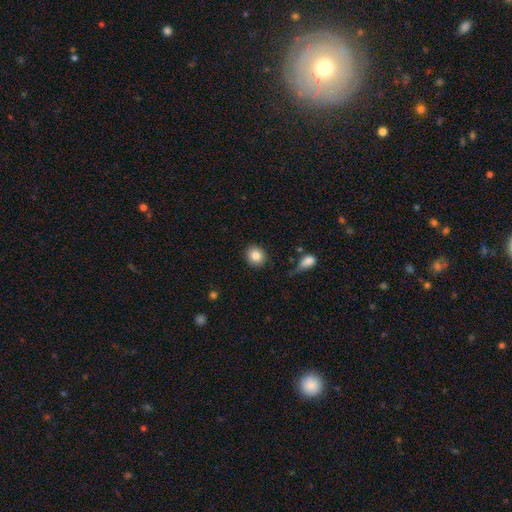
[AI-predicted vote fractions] A smooth galaxy with no disk features (85%) that is round (79%).

Vote fractions:
- Smooth or featured? smooth: 85% / star or artifact: 9% / featured or disk: 7%
- How rounded? round: 79% / in between: 20% / cigar-shaped: 1%
- Merging? none: 87% / minor disturbance: 9% / major disturbance: 3% / merger: 2%